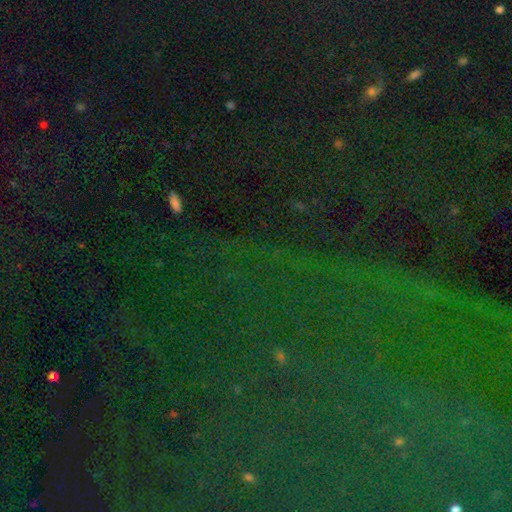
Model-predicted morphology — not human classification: The model was most divided on "smooth or featured": star or artifact: 82%, smooth: 10%, featured or disk: 8%.